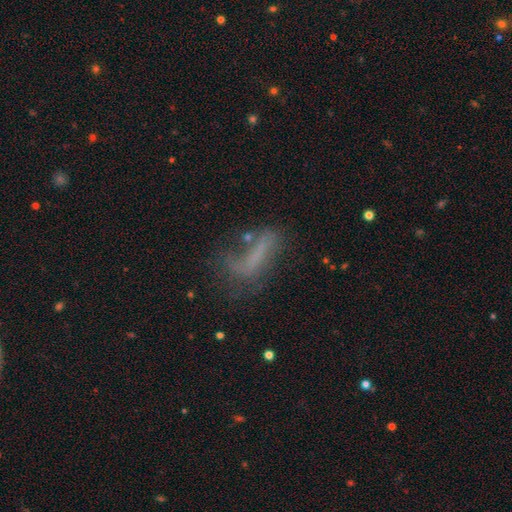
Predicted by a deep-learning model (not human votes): This is possibly a smooth galaxy (45%). Merging: marginally none (36%).